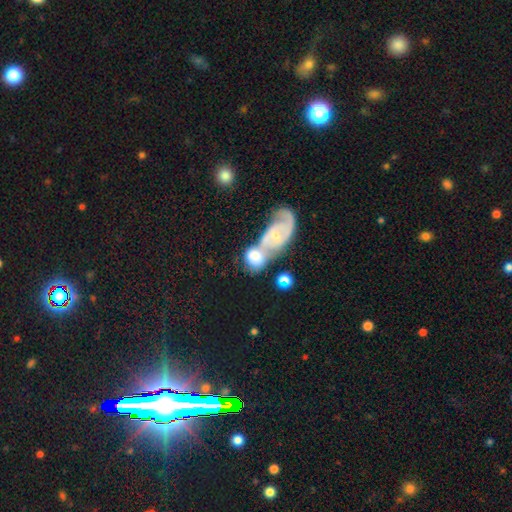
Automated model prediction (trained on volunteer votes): featured or disk 50%, smooth 36%, star or artifact 13%. Down the decision tree: edge-on disk — no (94%); merging — merger (57%).